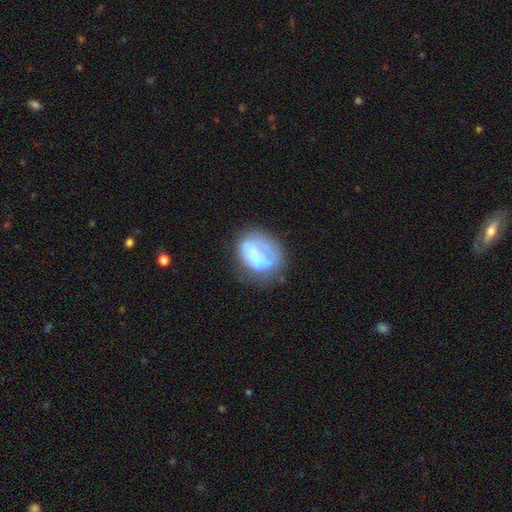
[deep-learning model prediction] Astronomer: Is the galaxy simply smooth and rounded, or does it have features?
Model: featured or disk — 51% (runner-up: smooth, 39%).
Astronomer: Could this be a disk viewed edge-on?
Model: no — 96%.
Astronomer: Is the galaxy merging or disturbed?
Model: none — 43% (runner-up: major disturbance, 26%).